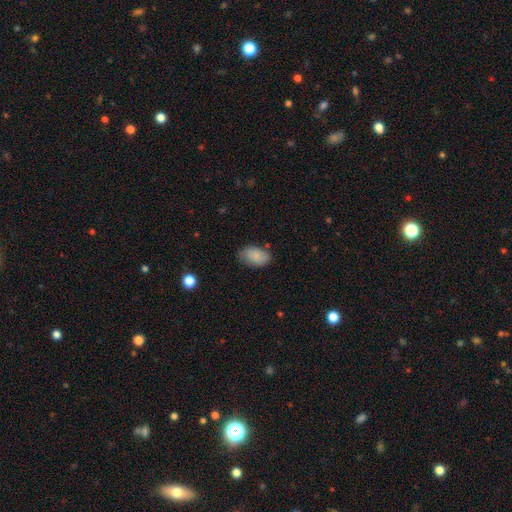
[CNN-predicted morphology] Q: Smooth or featured?
A: smooth (85%); runner-up: featured or disk (8%)
Q: How rounded?
A: in between (93%); runner-up: round (6%)
Q: Merging?
A: none (74%); runner-up: minor disturbance (20%)